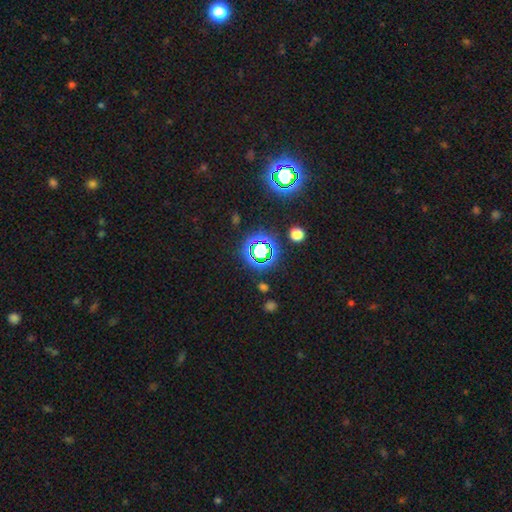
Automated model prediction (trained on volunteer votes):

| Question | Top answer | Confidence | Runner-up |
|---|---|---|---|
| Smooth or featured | star or artifact | 67% | smooth (22%) |